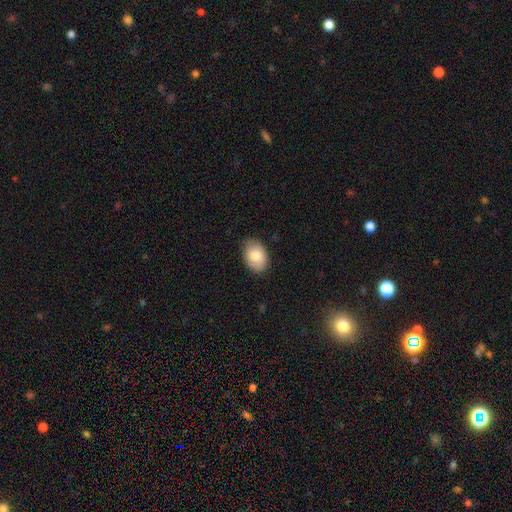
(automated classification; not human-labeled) Smooth or featured: smooth — 80% (featured or disk — 13%)
How rounded: in between — 83% (round — 16%)
Merging: none — 82% (minor disturbance — 15%)